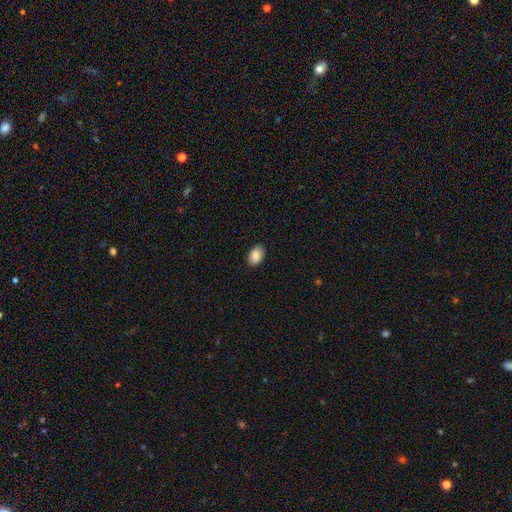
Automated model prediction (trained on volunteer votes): Morphology: type=smooth (89%); roundness=in between (88%); merging=none (89%).